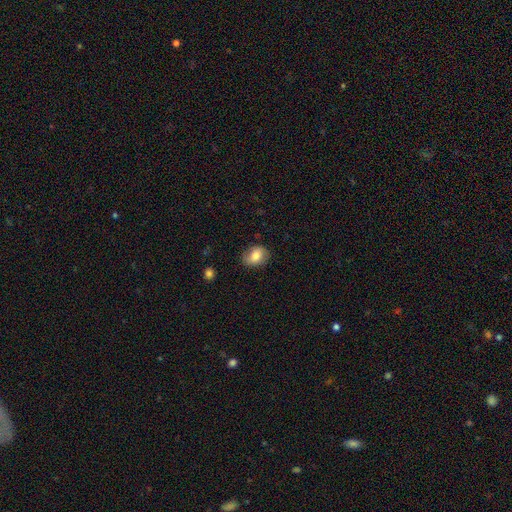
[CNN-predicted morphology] Q: Smooth or featured?
A: smooth (78%); runner-up: featured or disk (14%)
Q: How rounded?
A: in between (63%); runner-up: round (36%)
Q: Merging?
A: none (80%); runner-up: minor disturbance (16%)